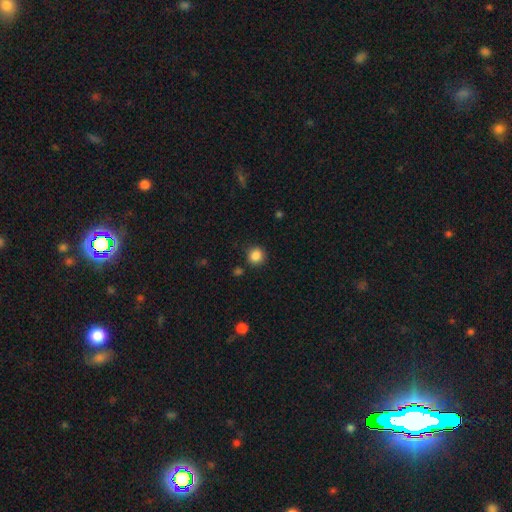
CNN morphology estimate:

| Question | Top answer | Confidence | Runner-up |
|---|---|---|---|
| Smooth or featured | smooth | 86% | star or artifact (11%) |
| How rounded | round | 90% | in between (9%) |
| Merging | none | 87% | minor disturbance (8%) |